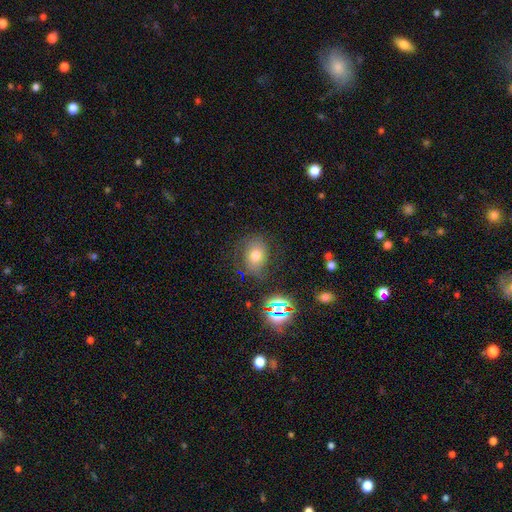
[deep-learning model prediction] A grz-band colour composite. It shows a smooth galaxy with no disk features (60%) that is in between round and cigar-shaped (61%). Merging: none (70%).